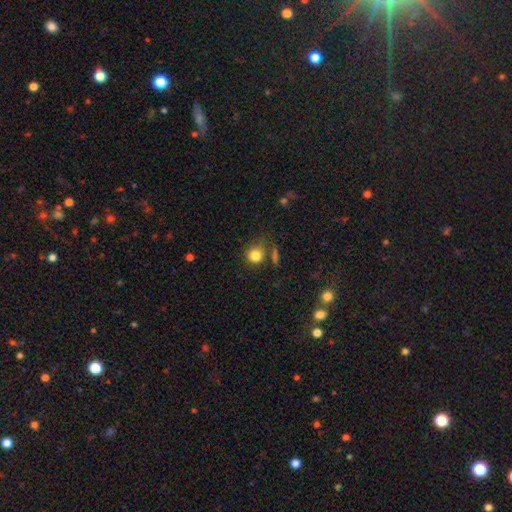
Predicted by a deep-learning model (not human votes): This is clearly a smooth galaxy (82%). How rounded: clearly round (86%). Merging: likely none (67%).